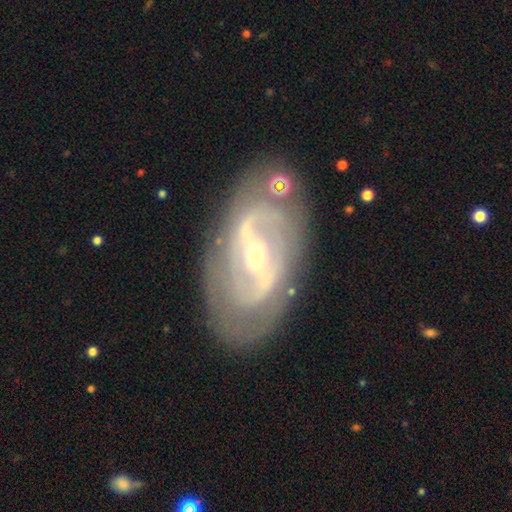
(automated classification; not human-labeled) Smooth or featured? Predicted: featured or disk (p=0.85). Edge-on disk? Predicted: no (p=0.94). Bar? Predicted: strong (p=0.51). Spiral arms? Predicted: yes (p=0.84). Spiral winding? Predicted: tight (p=0.44). Spiral arm count? Predicted: 2 (p=0.66). Bulge size? Predicted: small (p=0.57). Merging? Predicted: none (p=0.78).